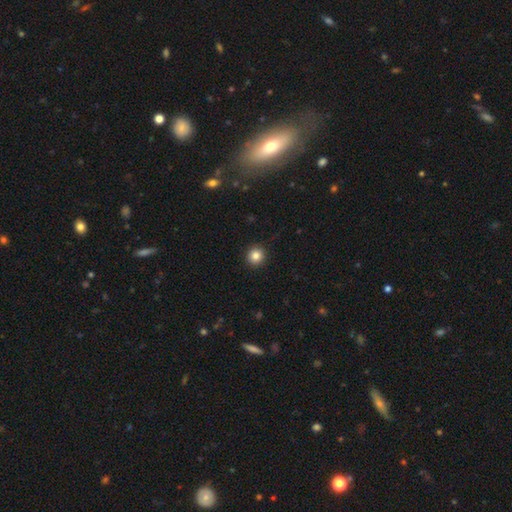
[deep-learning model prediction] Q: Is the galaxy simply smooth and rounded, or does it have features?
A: smooth — 84%.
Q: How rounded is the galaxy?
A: round — 94%.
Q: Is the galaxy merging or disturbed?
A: none — 93%.